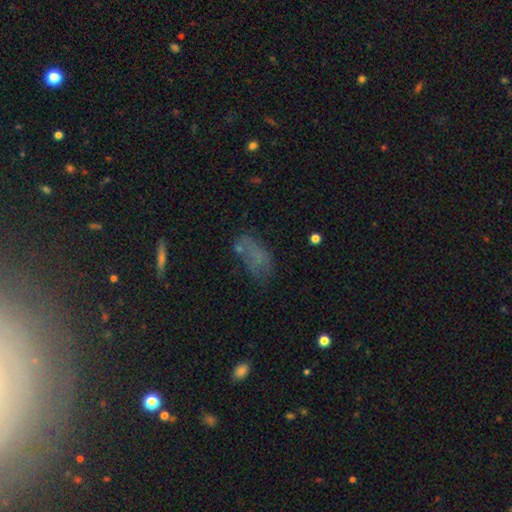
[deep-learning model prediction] This is possibly a smooth galaxy (56%). How rounded: clearly in between (86%). Merging: possibly none (46%).